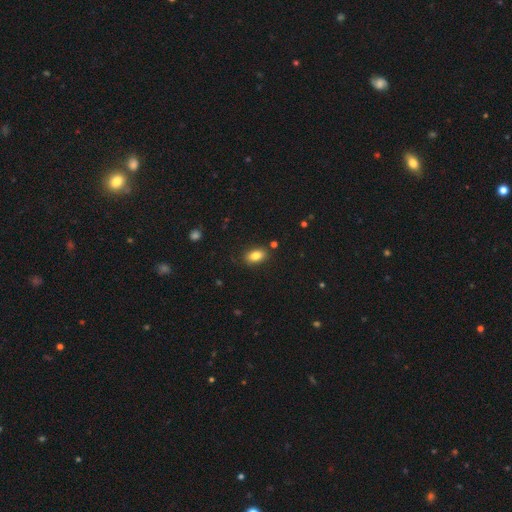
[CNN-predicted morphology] Smooth or featured? Predicted: smooth (p=0.83). How rounded? Predicted: in between (p=0.88). Merging? Predicted: none (p=0.85).